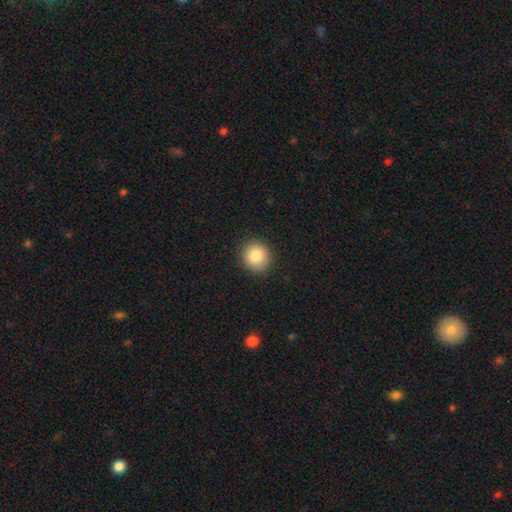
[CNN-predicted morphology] This is clearly a smooth galaxy (85%). How rounded: clearly round (90%). Merging: clearly none (90%).